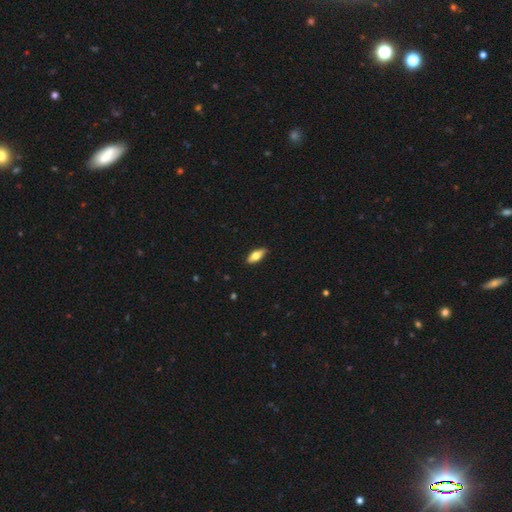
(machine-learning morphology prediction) A smooth galaxy with no disk features (61%) that is in between round and cigar-shaped (76%).

Vote fractions:
- Smooth or featured? smooth: 61% / featured or disk: 33% / star or artifact: 6%
- How rounded? in between: 76% / cigar-shaped: 21% / round: 3%
- Merging? none: 85% / minor disturbance: 12% / major disturbance: 2% / merger: 1%